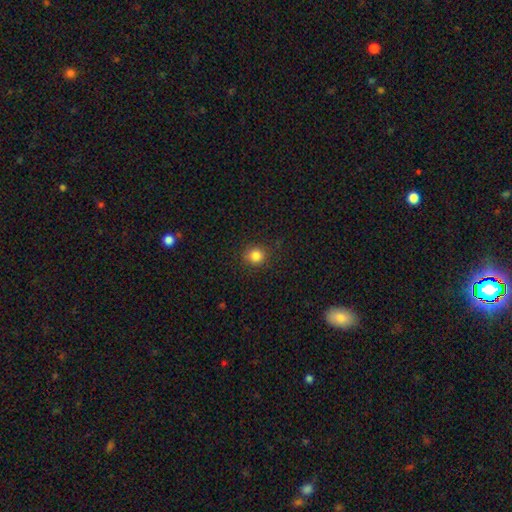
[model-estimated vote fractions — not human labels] Smooth or featured? smooth (84%)
How rounded? round (89%)
Merging? none (88%)